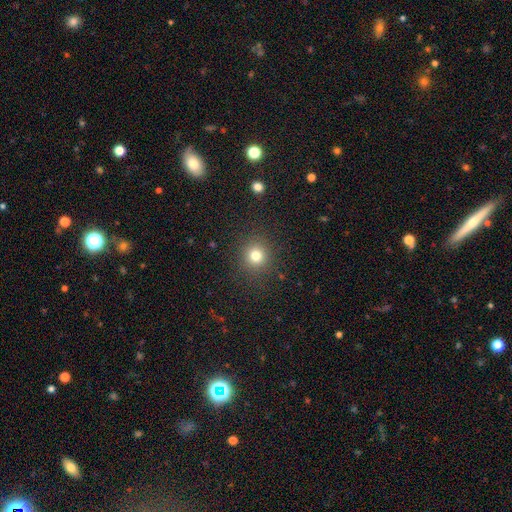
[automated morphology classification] Smooth or featured? Predicted: smooth (p=0.79). How rounded? Predicted: round (p=0.92). Merging? Predicted: none (p=0.89).